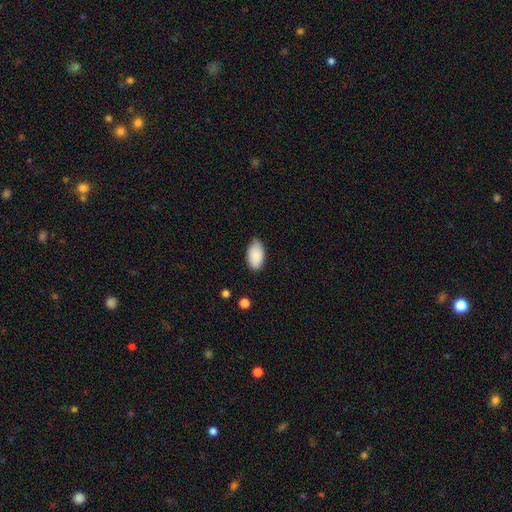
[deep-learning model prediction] smooth_or_featured: smooth (p=0.89) [alt: star or artifact p=0.06]
how_rounded: in between (p=0.95) [alt: round p=0.03]
merging: none (p=0.75) [alt: minor disturbance p=0.21]